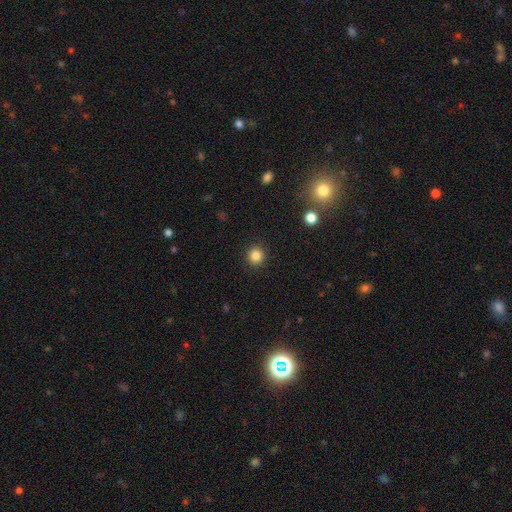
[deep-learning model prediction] This appears to be a smooth galaxy with no disk features (85%) that is round (92%). Merging: none (92%).